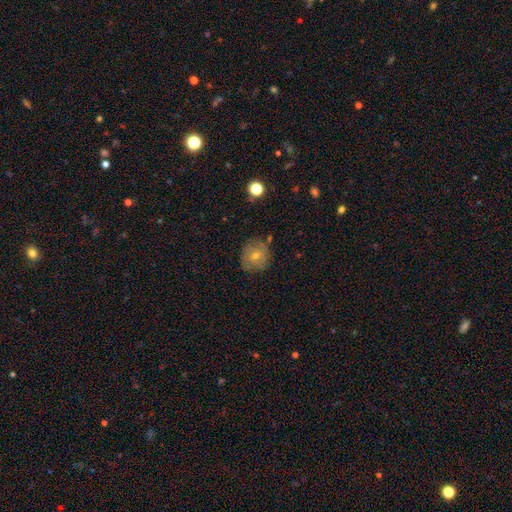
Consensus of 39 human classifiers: Volunteers were most divided on "bulge size": moderate: 50%, small: 45%, large: 5%, dominant: 0%, none: 0%. More confident: edge-on disk — no (95%); bar — no (95%); merging — none (81%); spiral winding — tight (75%); spiral arms — yes (60%); smooth or featured — featured or disk (54%); spiral arm count — can't tell (50%).